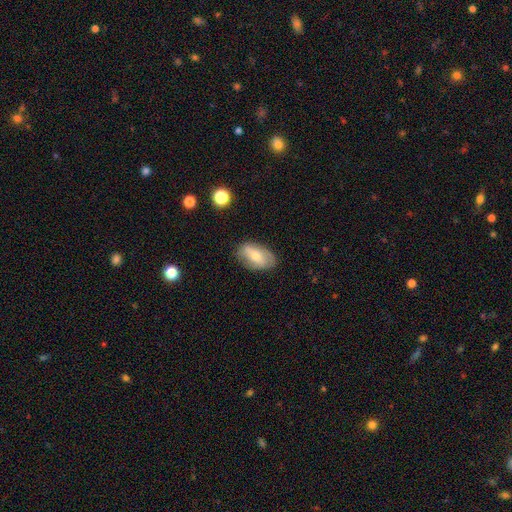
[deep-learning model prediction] A smooth galaxy with no disk features (54%) that is in between round and cigar-shaped (90%).

Vote fractions:
- Smooth or featured? smooth: 54% / featured or disk: 38% / star or artifact: 8%
- How rounded? in between: 90% / round: 7% / cigar-shaped: 4%
- Merging? none: 75% / minor disturbance: 19% / major disturbance: 5% / merger: 2%